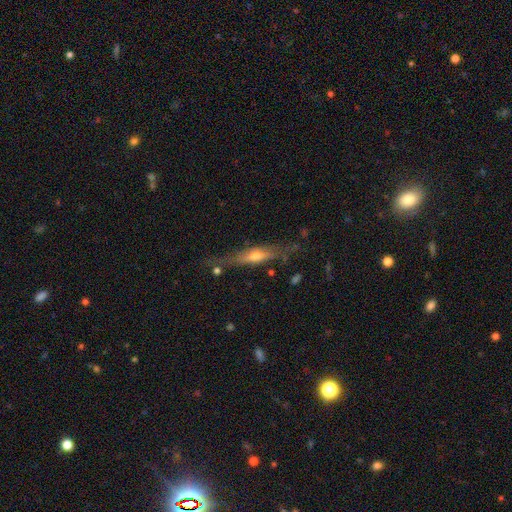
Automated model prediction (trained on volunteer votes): smooth_or_featured: featured or disk (p=0.68) [alt: smooth p=0.25]
disk_edge_on: yes (p=0.89) [alt: no p=0.11]
edge_on_bulge: rounded (p=0.79) [alt: none p=0.12]
merging: none (p=0.71) [alt: minor disturbance p=0.18]